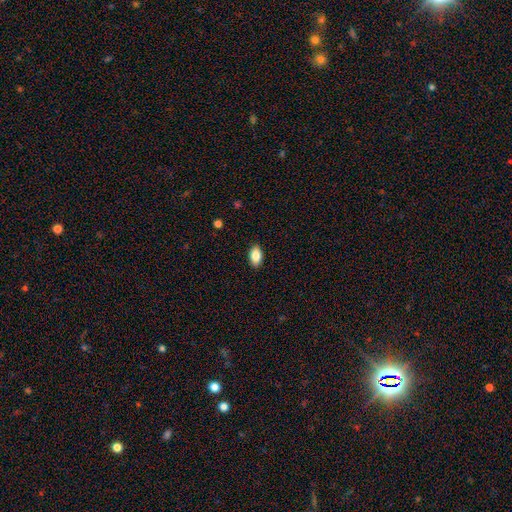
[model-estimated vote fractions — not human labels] The model was most divided on "smooth or featured": smooth: 86%, star or artifact: 8%, featured or disk: 7%. More confident: how rounded — in between (91%); merging — none (89%).